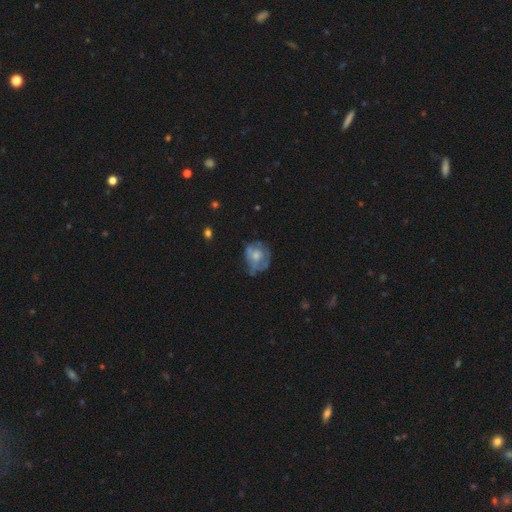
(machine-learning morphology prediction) This is possibly a featured or disk galaxy (48%). Merging: marginally none (44%).